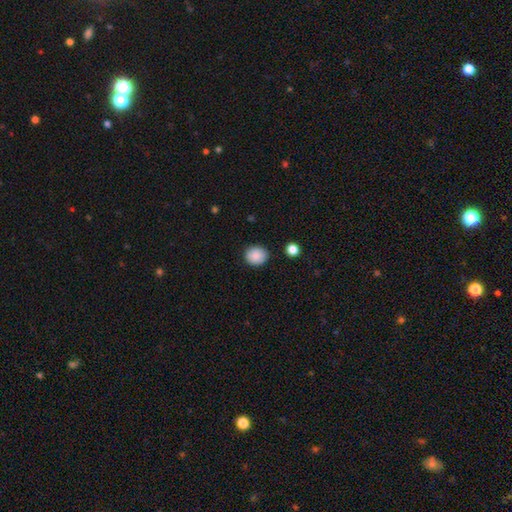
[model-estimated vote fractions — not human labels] A smooth galaxy with no disk features (88%) that is round (81%). Merging: none (89%).